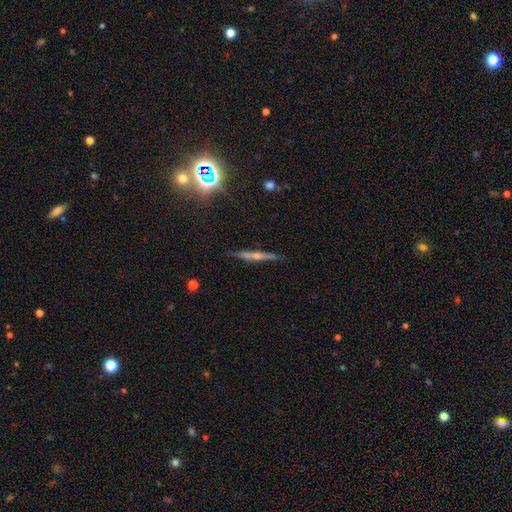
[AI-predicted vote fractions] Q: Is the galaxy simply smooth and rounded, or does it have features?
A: featured or disk — 64%.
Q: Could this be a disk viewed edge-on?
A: yes — 96%.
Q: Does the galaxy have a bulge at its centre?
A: rounded — 77%.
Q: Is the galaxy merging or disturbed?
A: none — 85%.